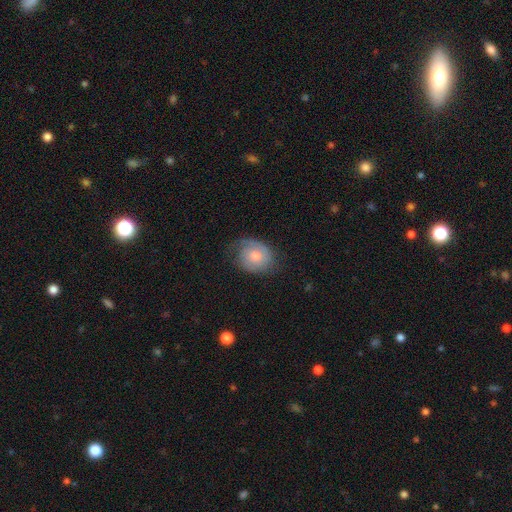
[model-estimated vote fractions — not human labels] smooth_or_featured: featured or disk (p=0.47) [alt: smooth p=0.46]
merging: none (p=0.62) [alt: minor disturbance p=0.25]